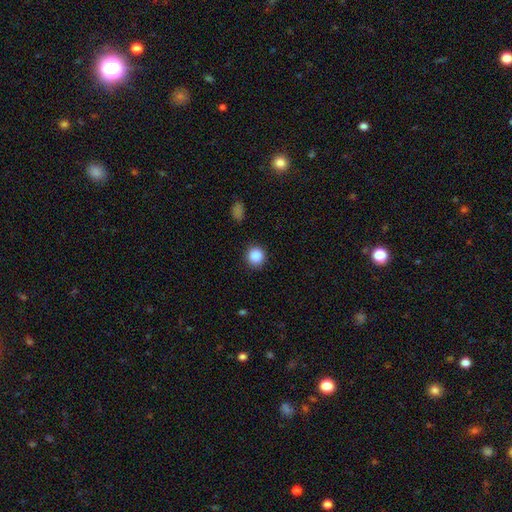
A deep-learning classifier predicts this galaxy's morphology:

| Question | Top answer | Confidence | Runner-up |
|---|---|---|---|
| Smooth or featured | smooth | 87% | star or artifact (10%) |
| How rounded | round | 91% | in between (8%) |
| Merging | none | 89% | minor disturbance (7%) |